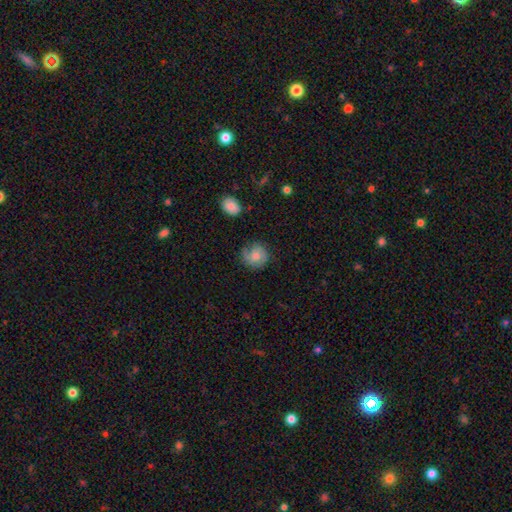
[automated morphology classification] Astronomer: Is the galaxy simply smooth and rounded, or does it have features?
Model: smooth — 62%.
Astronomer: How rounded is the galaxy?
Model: round — 85%.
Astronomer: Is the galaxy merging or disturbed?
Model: none — 68%.